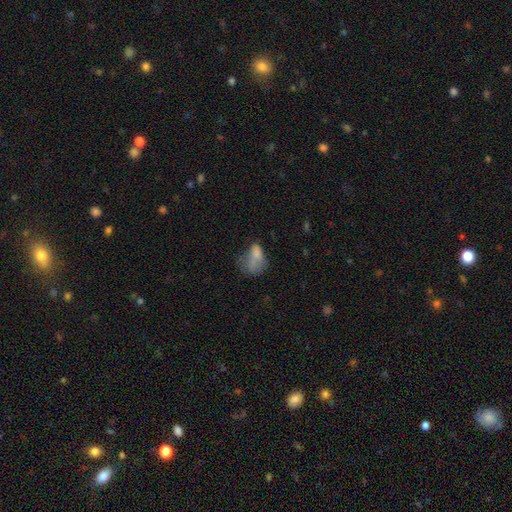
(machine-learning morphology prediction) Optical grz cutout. It shows a smooth galaxy with no disk features (66%) that is in between round and cigar-shaped (82%). Merging: major disturbance (37%).